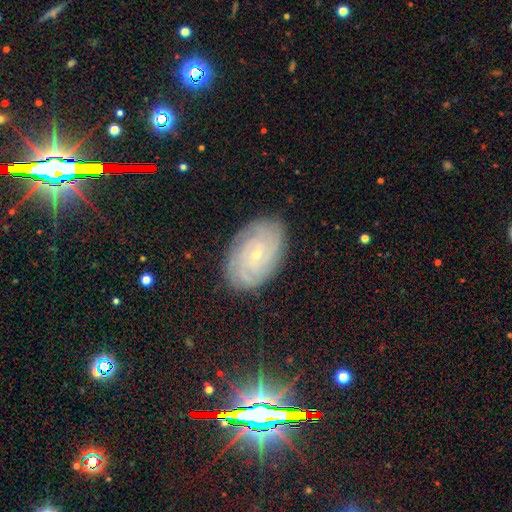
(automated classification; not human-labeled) Q: Smooth or featured?
A: featured or disk (79%); runner-up: smooth (11%)
Q: Edge-on disk?
A: no (96%); runner-up: yes (4%)
Q: Bar?
A: no (70%); runner-up: weak (24%)
Q: Spiral arms?
A: yes (96%); runner-up: no (4%)
Q: Spiral winding?
A: tight (81%); runner-up: medium (15%)
Q: Spiral arm count?
A: can't tell (34%); runner-up: 4 (17%)
Q: Bulge size?
A: small (84%); runner-up: moderate (13%)
Q: Merging?
A: none (84%); runner-up: minor disturbance (12%)